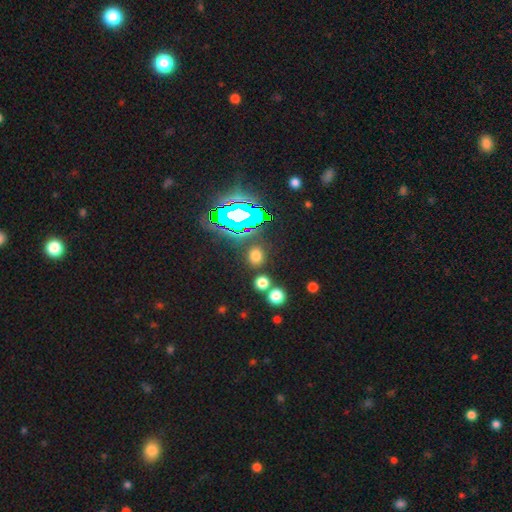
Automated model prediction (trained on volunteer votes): smooth_or_featured: smooth (p=0.67) [alt: star or artifact p=0.27]
how_rounded: round (p=0.75) [alt: in between p=0.24]
merging: none (p=0.83) [alt: minor disturbance p=0.07]